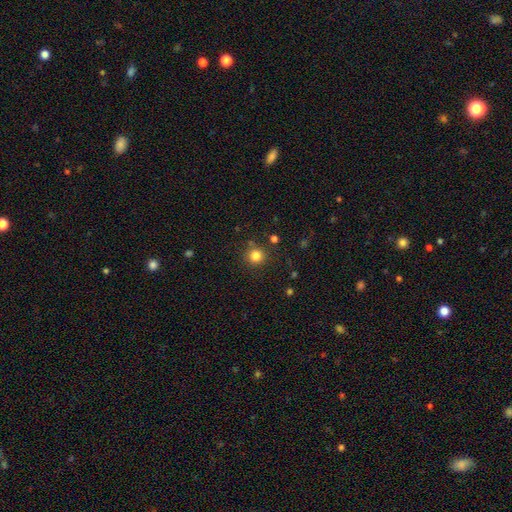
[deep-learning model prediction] Smooth or featured? Predicted: smooth (p=0.82). How rounded? Predicted: round (p=0.94). Merging? Predicted: none (p=0.86).